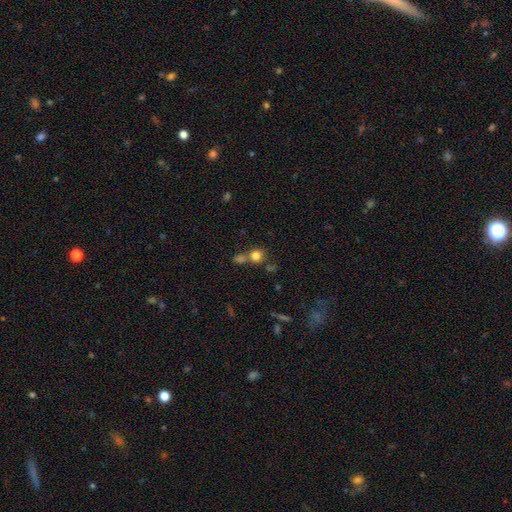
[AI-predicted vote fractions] Morphology: type=smooth (78%); roundness=round (88%); merging=none (53%).